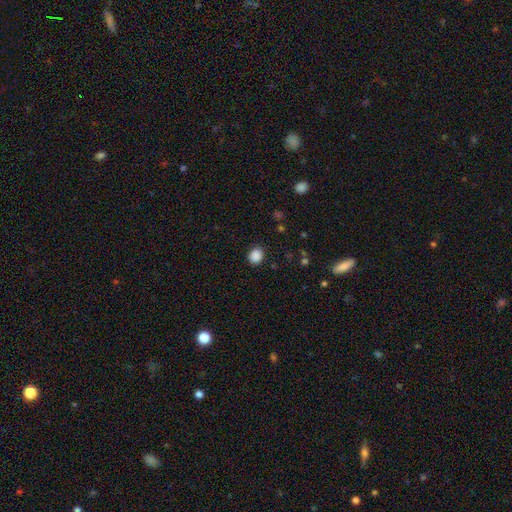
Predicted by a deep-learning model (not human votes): Overall: smooth (88%). How rounded: round (67%; in between 32%). Merging: none (87%).